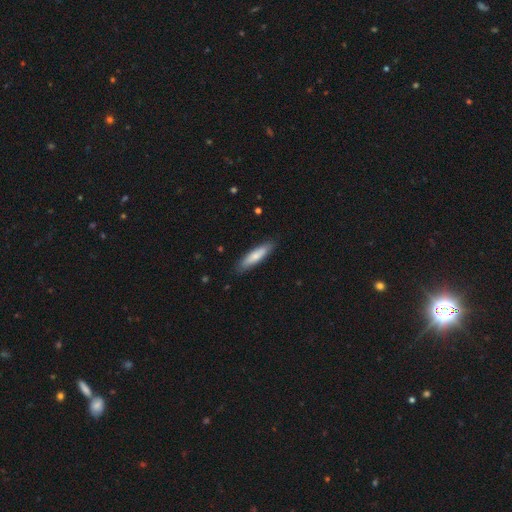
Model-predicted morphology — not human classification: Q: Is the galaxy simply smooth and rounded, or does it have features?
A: smooth — 75%.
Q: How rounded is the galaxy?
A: cigar-shaped — 76%.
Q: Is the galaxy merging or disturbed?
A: none — 86%.